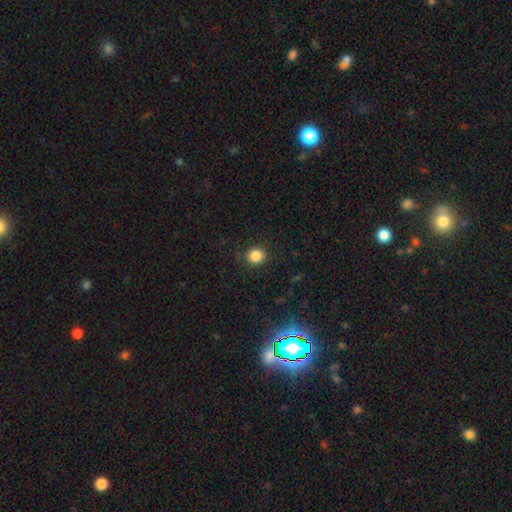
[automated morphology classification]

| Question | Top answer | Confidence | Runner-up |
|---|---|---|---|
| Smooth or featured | smooth | 85% | star or artifact (11%) |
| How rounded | round | 84% | in between (15%) |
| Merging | none | 88% | minor disturbance (8%) |